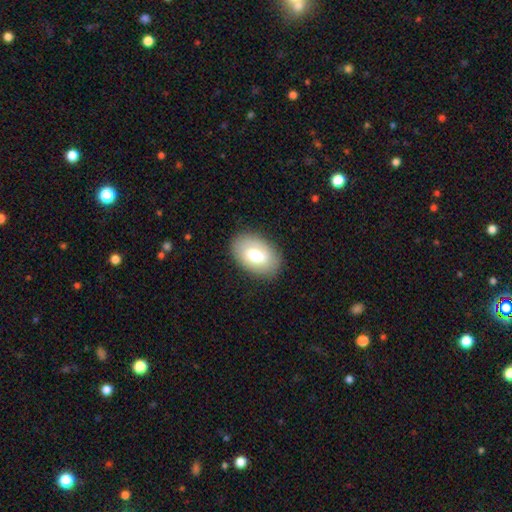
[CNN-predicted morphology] Overall: smooth (62%; featured or disk 31%). How rounded: in between (89%). Merging: none (84%).